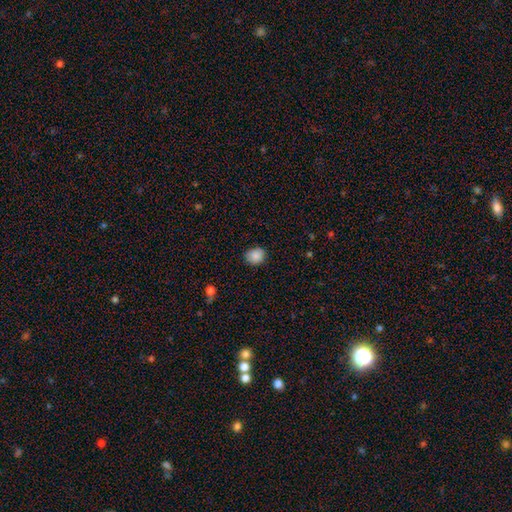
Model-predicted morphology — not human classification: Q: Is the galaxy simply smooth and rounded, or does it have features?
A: smooth — 88%.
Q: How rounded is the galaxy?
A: round — 71%.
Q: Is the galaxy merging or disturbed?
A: none — 86%.